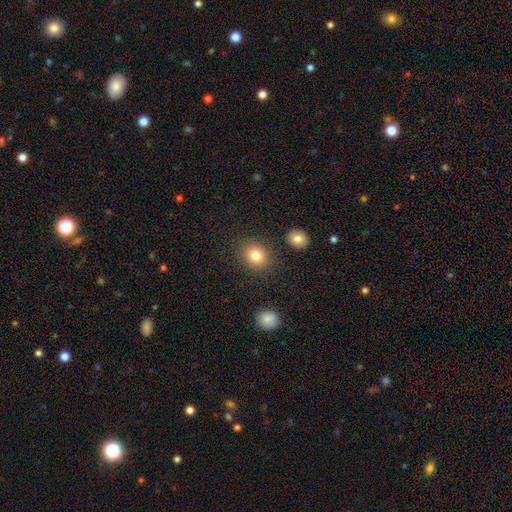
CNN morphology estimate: smooth_or_featured: smooth (p=0.83) [alt: star or artifact p=0.10]
how_rounded: round (p=0.73) [alt: in between p=0.26]
merging: none (p=0.86) [alt: minor disturbance p=0.08]